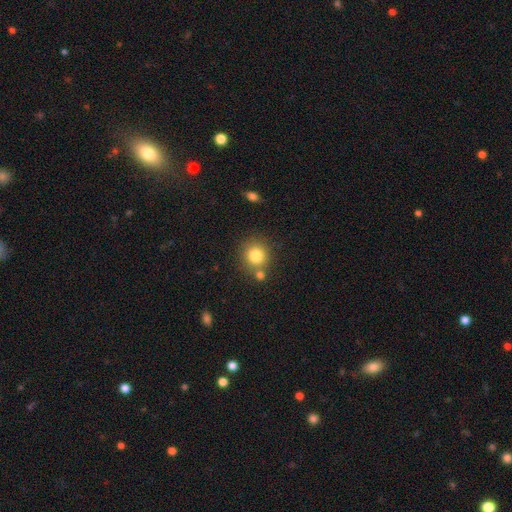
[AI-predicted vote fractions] Overall: smooth (81%). How rounded: round (89%). Merging: none (71%).